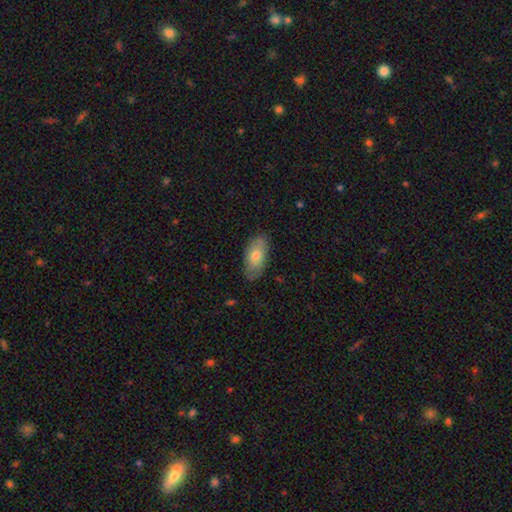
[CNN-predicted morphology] This is likely a smooth galaxy (72%). How rounded: clearly in between (92%). Merging: clearly none (82%).